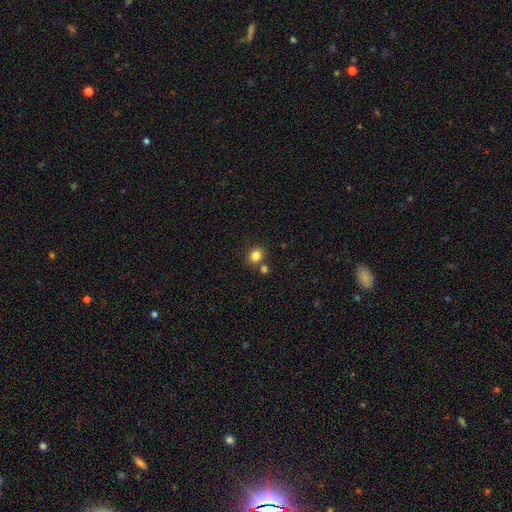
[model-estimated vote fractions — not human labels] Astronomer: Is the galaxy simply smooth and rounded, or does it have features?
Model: smooth — 83%.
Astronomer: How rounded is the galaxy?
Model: round — 64%.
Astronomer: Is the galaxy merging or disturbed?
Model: none — 74%.